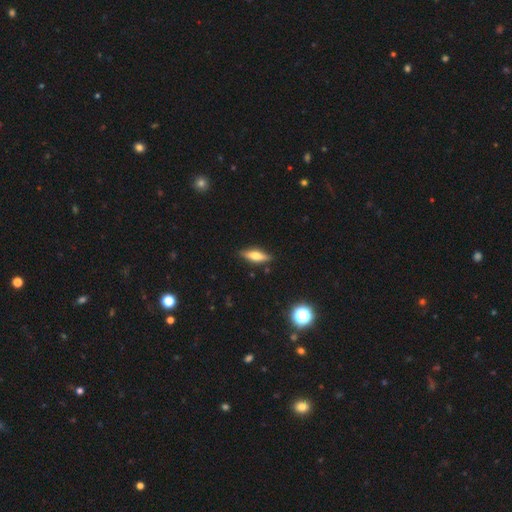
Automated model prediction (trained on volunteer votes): Smooth or featured? Predicted: smooth (p=0.50). How rounded? Predicted: cigar-shaped (p=0.54). Merging? Predicted: none (p=0.87).